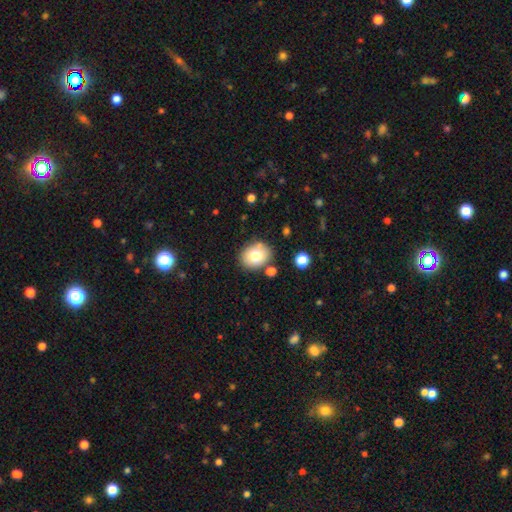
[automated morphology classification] This appears to be a smooth galaxy with no disk features (75%) that is round (53%). Merging: none (77%).